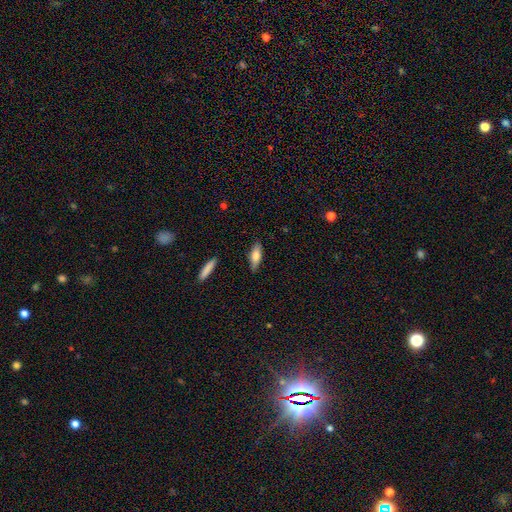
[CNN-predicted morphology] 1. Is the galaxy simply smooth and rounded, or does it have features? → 72% smooth, 21% featured or disk, 6% star or artifact.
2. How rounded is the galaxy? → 59% in between, 39% cigar-shaped, 2% round.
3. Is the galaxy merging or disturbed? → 84% none, 12% minor disturbance, 2% major disturbance, 2% merger.